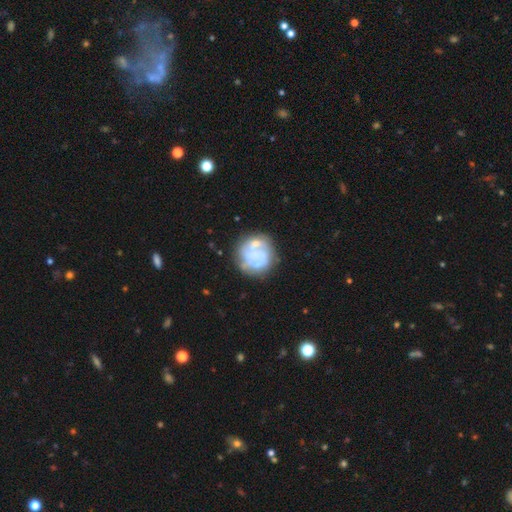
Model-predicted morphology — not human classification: This appears to be a featured or disk galaxy (58%) with no bar (86%), no spiral arms (63%) and no central bulge (54%). Merging: none (56%).